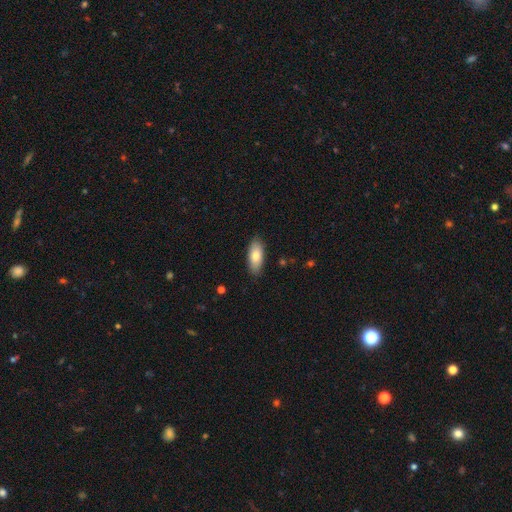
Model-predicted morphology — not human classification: smooth-or-featured: smooth: 80% | featured or disk: 14% | star or artifact: 6%
  how-rounded: in between: 85% | cigar-shaped: 13% | round: 2%
  merging: none: 86% | minor disturbance: 11% | major disturbance: 2% | merger: 1%